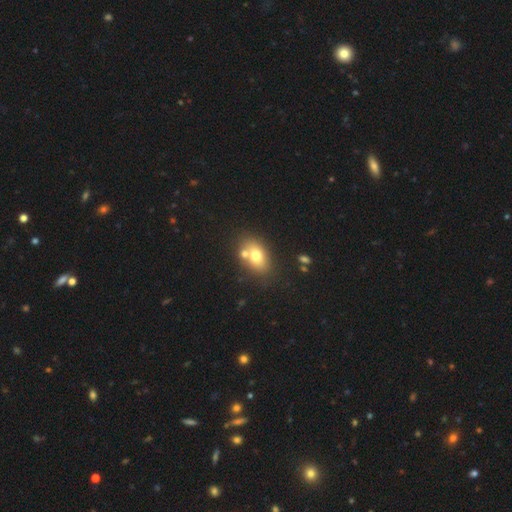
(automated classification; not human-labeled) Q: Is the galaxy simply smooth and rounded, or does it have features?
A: smooth — 70%.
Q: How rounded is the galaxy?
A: in between — 79%.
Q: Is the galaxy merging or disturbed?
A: none — 55%.